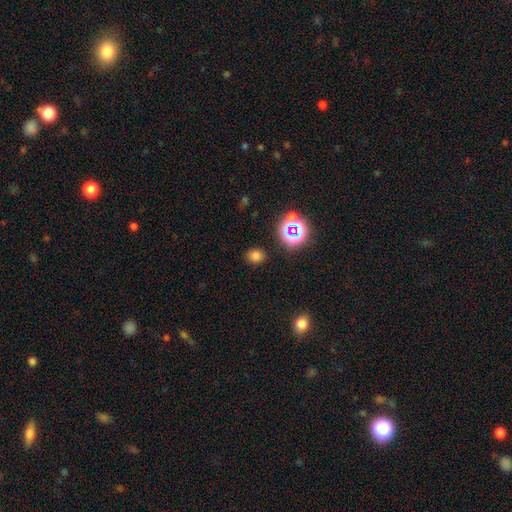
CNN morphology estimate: Overall: smooth (72%). How rounded: round (66%; in between 33%). Merging: none (86%).